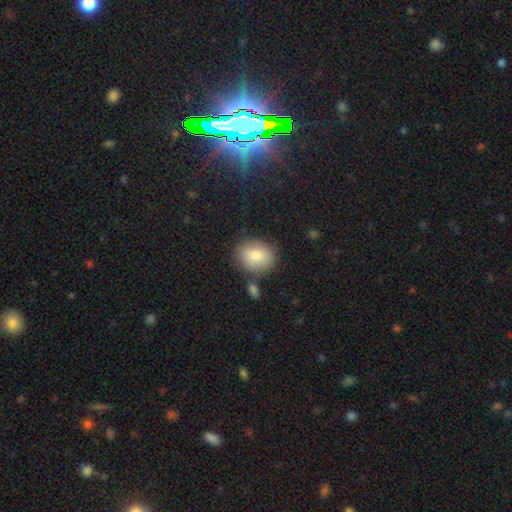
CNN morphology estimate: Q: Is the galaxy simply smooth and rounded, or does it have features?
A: smooth — 82%.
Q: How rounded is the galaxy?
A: round — 50%.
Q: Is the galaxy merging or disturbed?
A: none — 75%.